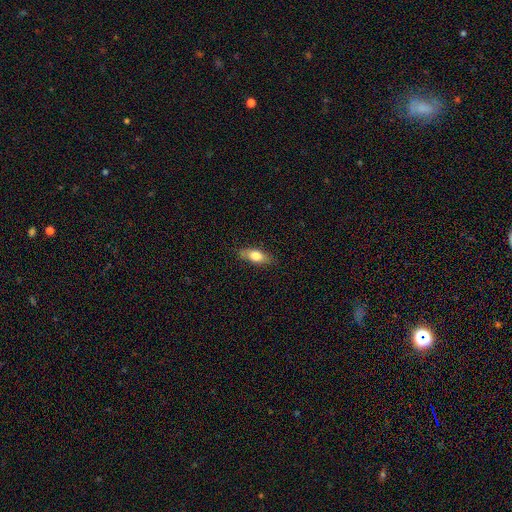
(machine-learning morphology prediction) Smooth or featured? smooth (73%)
How rounded? in between (76%)
Merging? none (82%)